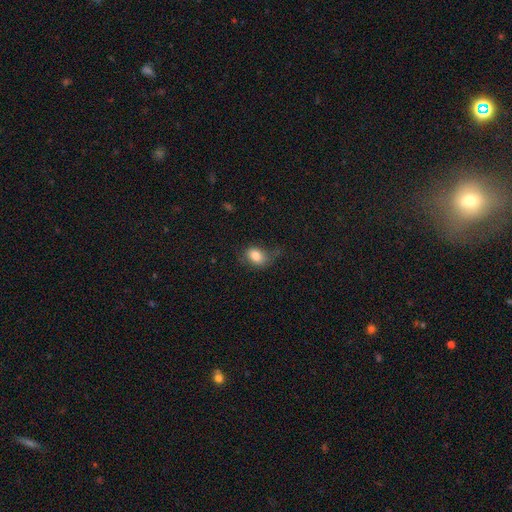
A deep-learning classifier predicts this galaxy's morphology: The model was most divided on "merging": none: 56%, minor disturbance: 28%, major disturbance: 14%, merger: 2%. More confident: smooth or featured — smooth (82%); how rounded — in between (74%).